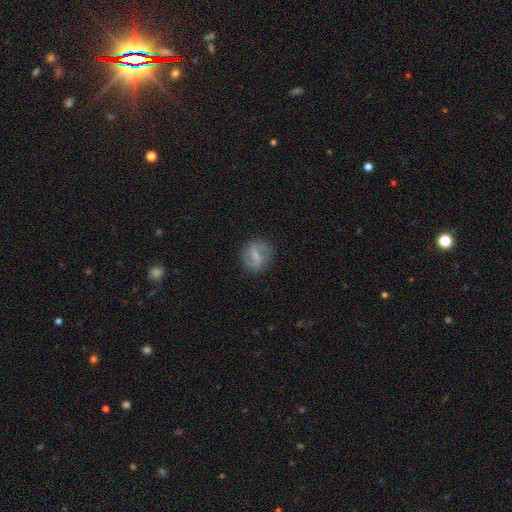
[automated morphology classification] A featured or disk galaxy (55%) with a weak bar (43%, tied with strong), spiral arms (73%) and a small central bulge (35%).

Vote fractions:
- Smooth or featured? featured or disk: 55% / smooth: 38% / star or artifact: 7%
- Edge-on disk? no: 95% / yes: 5%
- Bar? weak: 43% (tied) / strong: 43% (tied) / no: 15%
- Spiral arms? yes: 73% / no: 27%
- Bulge size? small: 35% / none: 34% / moderate: 25% / large: 4% / dominant: 1%
- Merging? none: 80% / minor disturbance: 14% / major disturbance: 5% / merger: 1%